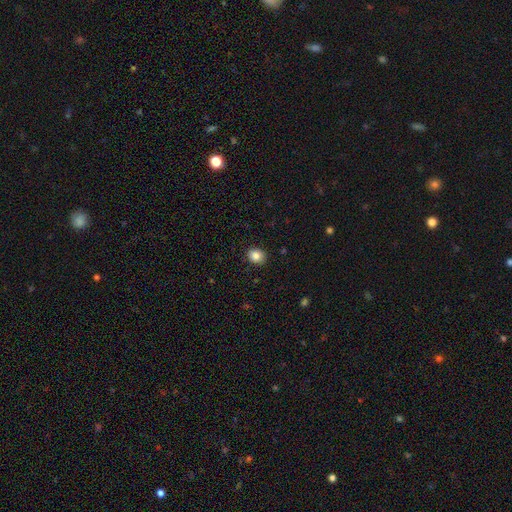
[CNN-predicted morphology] smooth-or-featured: smooth: 86% | star or artifact: 9% | featured or disk: 5%
  how-rounded: round: 56% | in between: 43% | cigar-shaped: 1%
  merging: none: 89% | minor disturbance: 8% | major disturbance: 2% | merger: 1%